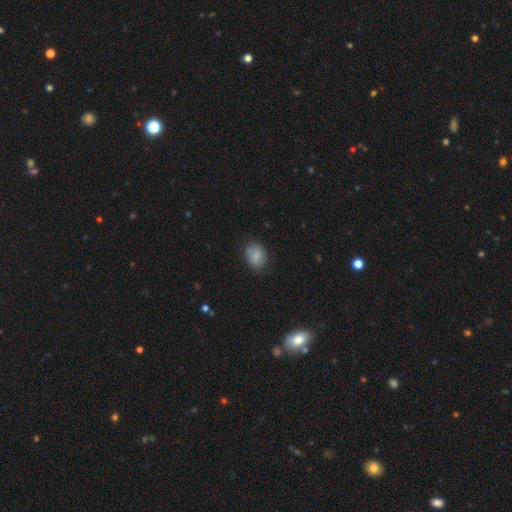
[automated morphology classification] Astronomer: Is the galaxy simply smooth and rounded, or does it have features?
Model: smooth — 83%.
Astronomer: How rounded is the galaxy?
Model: in between — 59% (runner-up: round, 40%).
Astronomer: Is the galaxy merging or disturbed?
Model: none — 80%.